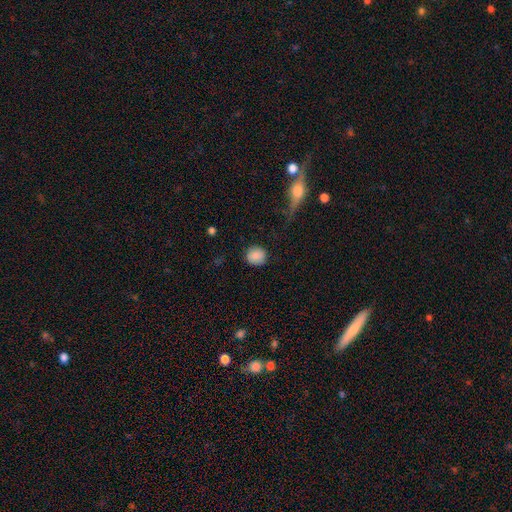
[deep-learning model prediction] Smooth or featured? Predicted: smooth (p=0.87). How rounded? Predicted: round (p=0.86). Merging? Predicted: none (p=0.86).